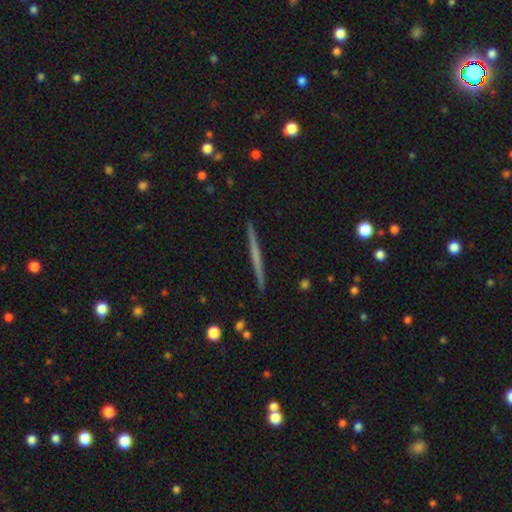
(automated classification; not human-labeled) smooth-or-featured: featured or disk: 57% | smooth: 37% | star or artifact: 6%
  disk-edge-on: yes: 98% | no: 2%
    edge-on-bulge: none: 86% | rounded: 10% | boxy: 4%
  merging: none: 93% | minor disturbance: 5% | major disturbance: 1% | merger: 1%